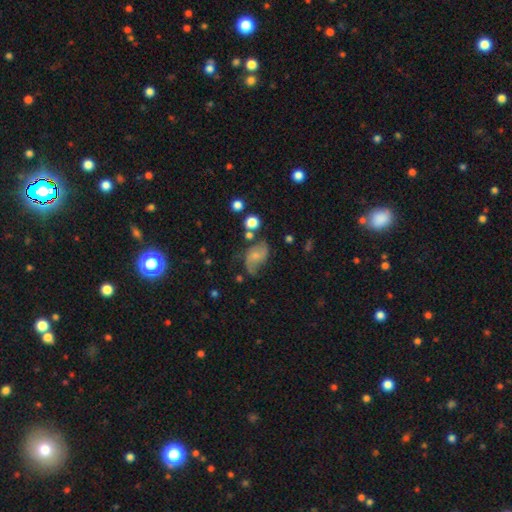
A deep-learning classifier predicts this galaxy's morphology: Q: Smooth or featured?
A: featured or disk (55%); runner-up: smooth (35%)
Q: Edge-on disk?
A: no (97%); runner-up: yes (3%)
Q: Bar?
A: no (67%); runner-up: weak (28%)
Q: Spiral arms?
A: yes (84%); runner-up: no (16%)
Q: Bulge size?
A: small (57%); runner-up: moderate (30%)
Q: Merging?
A: none (44%); runner-up: minor disturbance (30%)